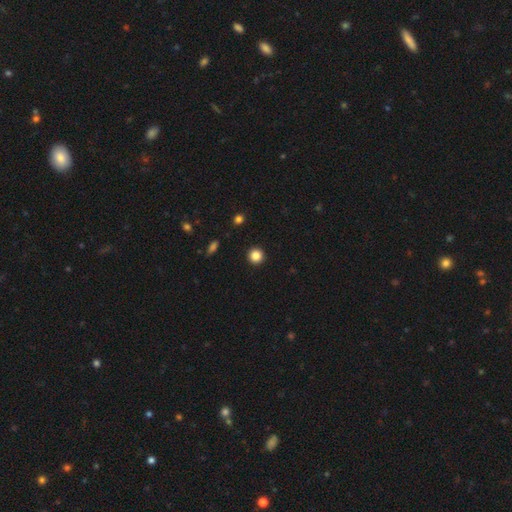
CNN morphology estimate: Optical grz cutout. It shows a smooth galaxy with no disk features (86%) that is round (95%). Merging: none (93%).